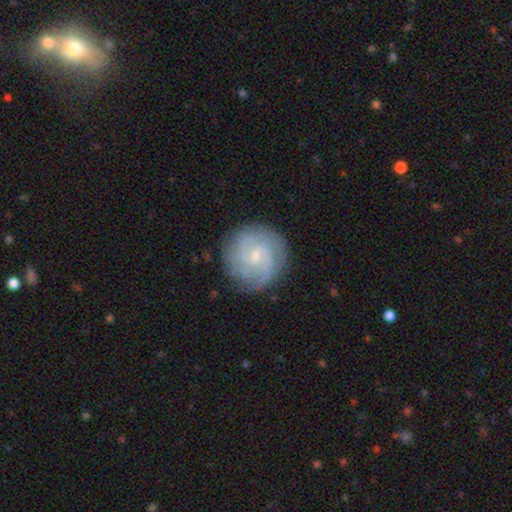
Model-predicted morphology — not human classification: A featured or disk galaxy (83%) with a weak bar (47%), 2 (32%) tight (63%) spiral arms (97%) and a small central bulge (75%).

Vote fractions:
- Smooth or featured? featured or disk: 83% / smooth: 11% / star or artifact: 5%
- Edge-on disk? no: 98% / yes: 2%
- Bar? weak: 47% / no: 46% / strong: 7%
- Spiral arms? yes: 97% / no: 3%
- Spiral winding? tight: 63% / medium: 32% / loose: 6%
- Spiral arm count? 2: 32% / 3: 28% / can't tell: 19% / 4: 10% / 1: 5% / more than 4: 5%
- Bulge size? small: 75% / moderate: 18% / none: 5% / large: 1% / dominant: 1%
- Merging? none: 83% / minor disturbance: 12% / major disturbance: 4% / merger: 1%